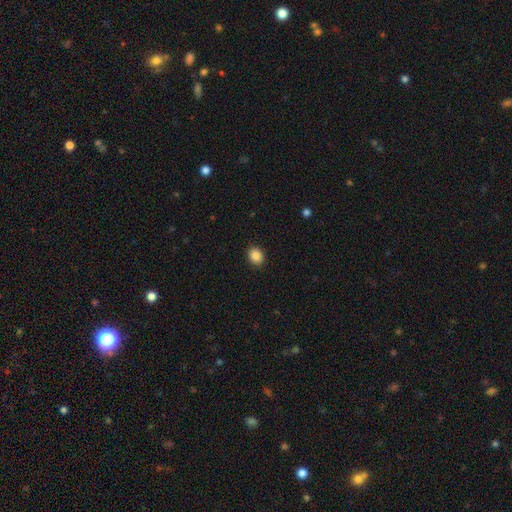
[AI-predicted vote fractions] Smooth or featured? smooth (88%)
How rounded? round (60%)
Merging? none (91%)